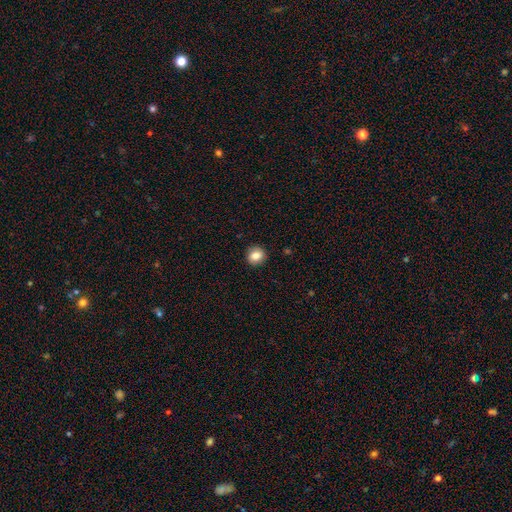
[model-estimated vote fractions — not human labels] A smooth galaxy with no disk features (84%) that is round (81%). Merging: none (90%).